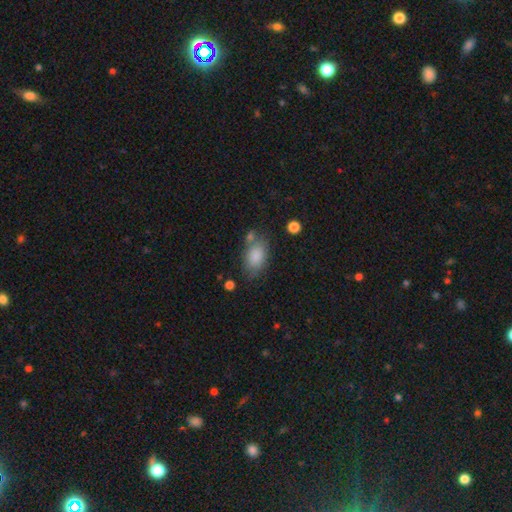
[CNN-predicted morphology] Smooth or featured? smooth (85%)
How rounded? in between (89%)
Merging? none (63%)